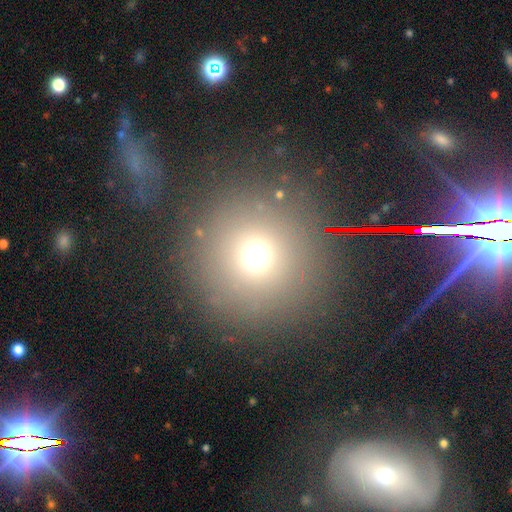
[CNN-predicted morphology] smooth-or-featured: smooth: 65% | star or artifact: 25% | featured or disk: 9%
  how-rounded: round: 94% | in between: 5% | cigar-shaped: 1%
  merging: none: 85% | minor disturbance: 6% | major disturbance: 5% | merger: 4%